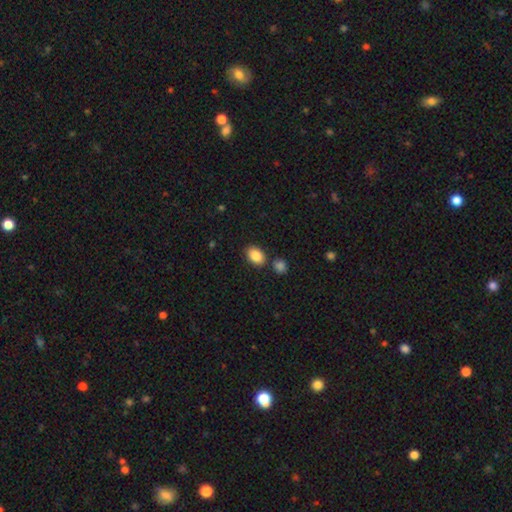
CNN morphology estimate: This is clearly a smooth galaxy (87%). How rounded: clearly in between (82%). Merging: likely none (78%).